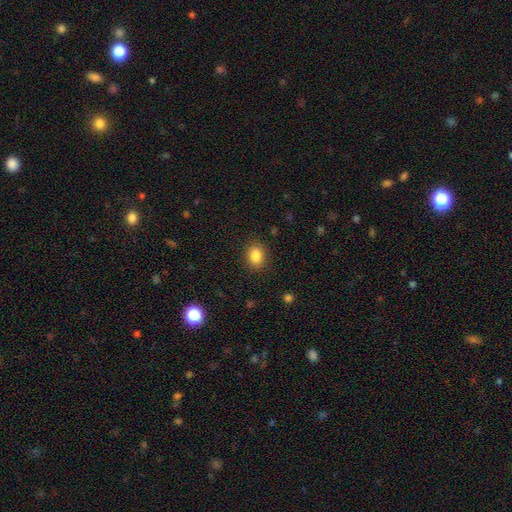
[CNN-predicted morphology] Smooth or featured?
  - smooth: 86% *
  - star or artifact: 10%
  - featured or disk: 5%
How rounded?
  - in between: 58% *
  - round: 41%
  - cigar-shaped: 1%
Merging?
  - none: 87% *
  - minor disturbance: 9%
  - major disturbance: 3%
  - merger: 1%